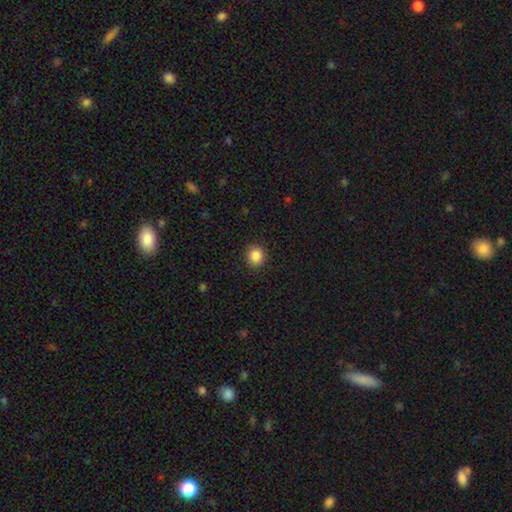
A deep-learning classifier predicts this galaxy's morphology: smooth_or_featured: smooth (p=0.87) [alt: star or artifact p=0.10]
how_rounded: round (p=0.88) [alt: in between p=0.11]
merging: none (p=0.90) [alt: minor disturbance p=0.07]